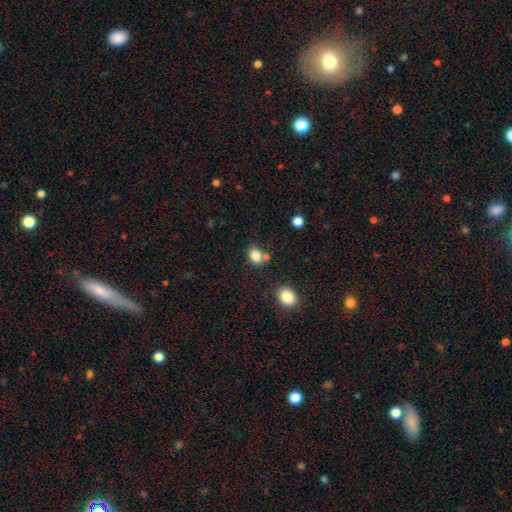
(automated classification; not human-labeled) Morphology: type=smooth (83%); roundness=in between (59%); merging=none (55%).